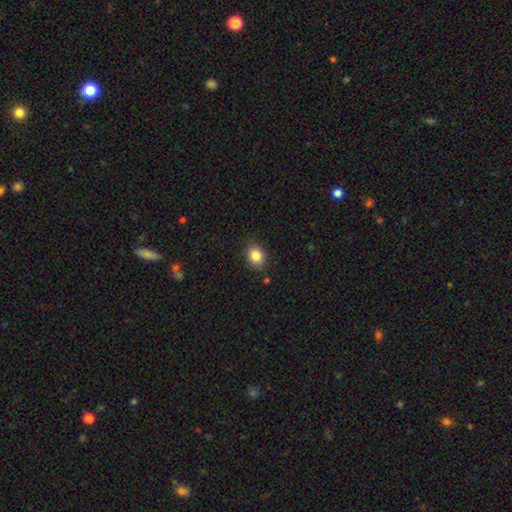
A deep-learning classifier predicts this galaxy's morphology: This is clearly a smooth galaxy (85%). How rounded: possibly in between (53%). Merging: clearly none (85%).